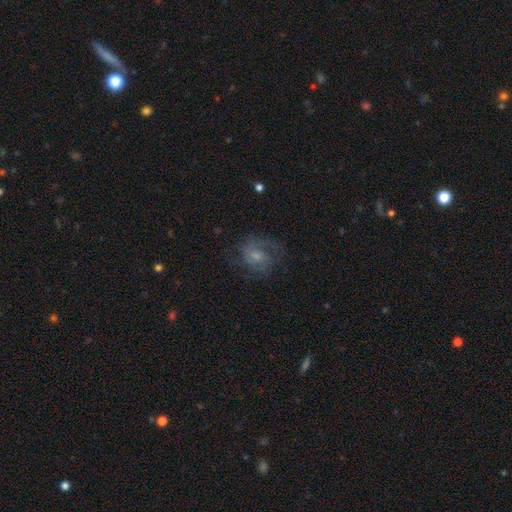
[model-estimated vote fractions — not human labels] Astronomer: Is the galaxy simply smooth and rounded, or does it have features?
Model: featured or disk — 65%.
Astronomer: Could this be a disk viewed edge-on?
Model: no — 98%.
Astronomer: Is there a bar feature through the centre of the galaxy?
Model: no — 54% (runner-up: weak, 41%).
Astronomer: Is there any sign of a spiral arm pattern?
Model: yes — 87%.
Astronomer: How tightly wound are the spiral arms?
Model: medium — 50%.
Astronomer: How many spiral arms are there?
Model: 2 — 54%.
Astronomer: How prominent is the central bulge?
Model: small — 50% (runner-up: moderate, 33%).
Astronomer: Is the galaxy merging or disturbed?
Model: none — 61%.